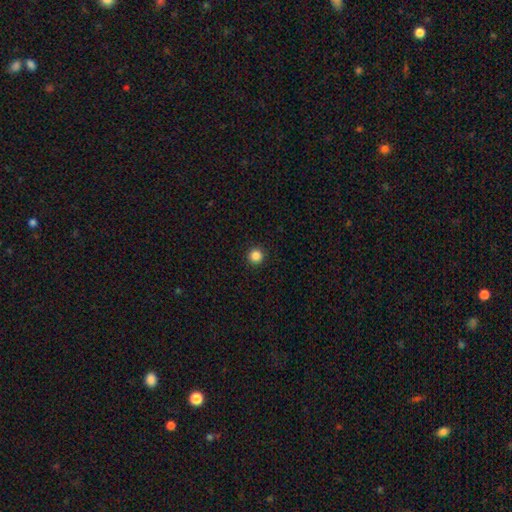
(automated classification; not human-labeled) A smooth galaxy with no disk features (86%) that is round (96%). Merging: none (93%).